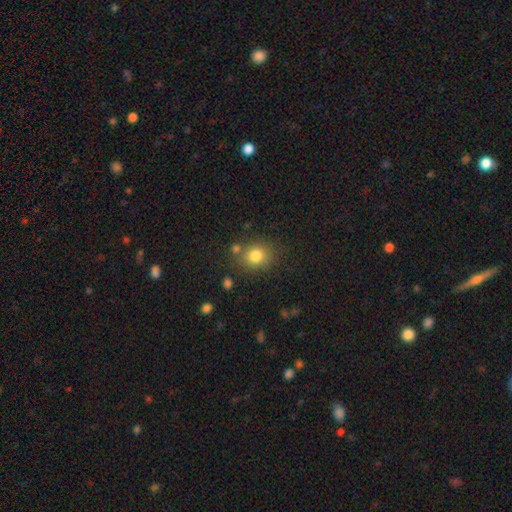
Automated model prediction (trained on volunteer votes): smooth 80%, star or artifact 12%, featured or disk 8%. Down the decision tree: how rounded — round (66%); merging — none (74%).